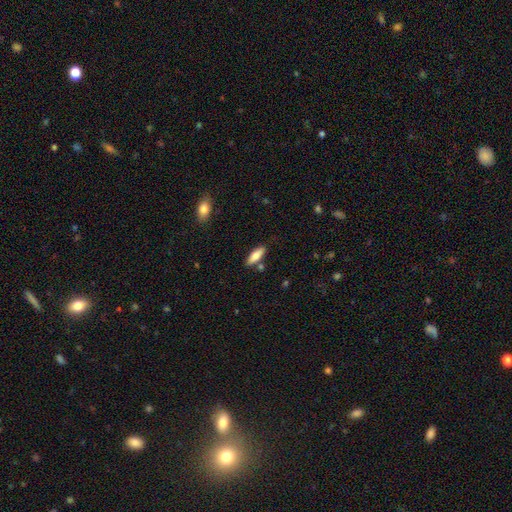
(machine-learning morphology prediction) Overall: smooth (76%). How rounded: in between (57%; cigar-shaped 41%). Merging: none (81%).